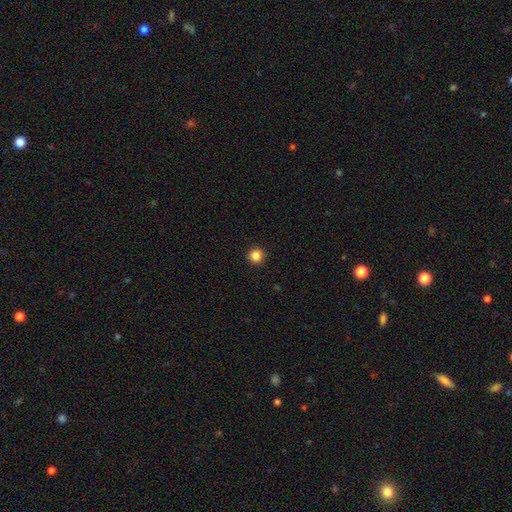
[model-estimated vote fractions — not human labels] A smooth galaxy with no disk features (85%) that is round (94%). Merging: none (92%).